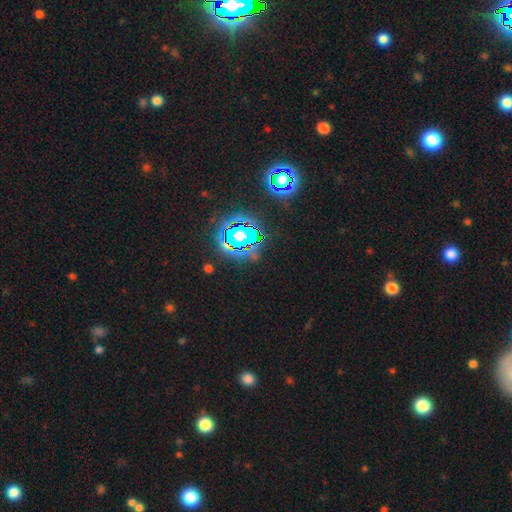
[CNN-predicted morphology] A star or artifact, not a galaxy (82%).